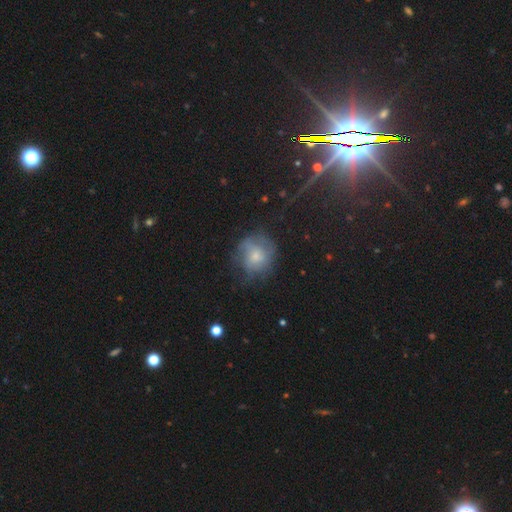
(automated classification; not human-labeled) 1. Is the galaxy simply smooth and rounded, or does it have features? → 54% smooth, 35% featured or disk, 11% star or artifact.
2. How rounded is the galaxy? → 80% round, 19% in between, 1% cigar-shaped.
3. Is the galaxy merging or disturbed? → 55% none, 25% minor disturbance, 18% major disturbance, 2% merger.